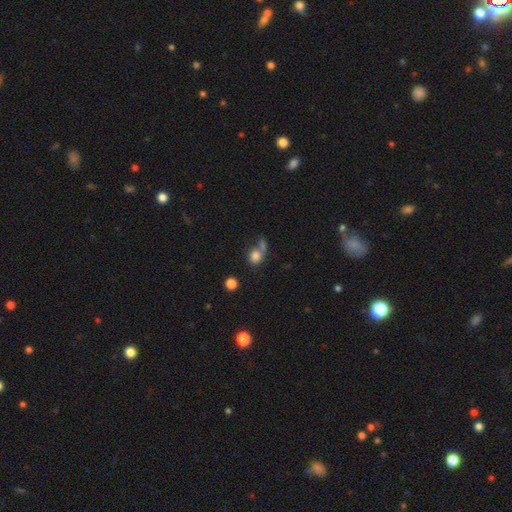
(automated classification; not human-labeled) Smooth or featured: smooth — 77% (featured or disk — 12%)
How rounded: round — 65% (in between — 33%)
Merging: none — 37% (merger — 34%)